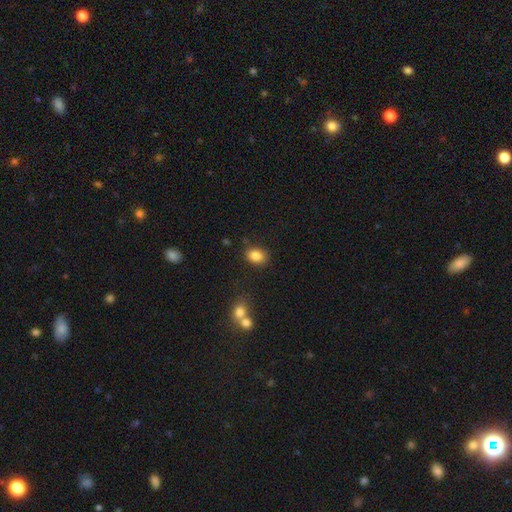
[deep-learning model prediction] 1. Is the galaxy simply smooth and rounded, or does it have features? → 84% smooth, 10% star or artifact, 6% featured or disk.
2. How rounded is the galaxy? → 65% in between, 33% round, 1% cigar-shaped.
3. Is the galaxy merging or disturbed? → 82% none, 11% minor disturbance, 4% merger, 3% major disturbance.